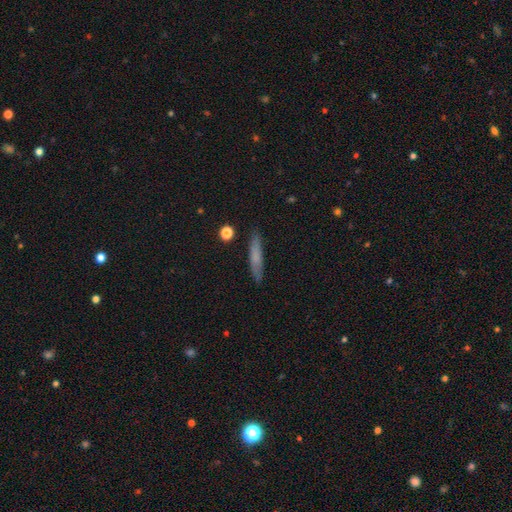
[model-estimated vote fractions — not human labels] Q: Smooth or featured?
A: smooth (68%); runner-up: featured or disk (24%)
Q: How rounded?
A: cigar-shaped (89%); runner-up: in between (9%)
Q: Merging?
A: none (86%); runner-up: minor disturbance (10%)